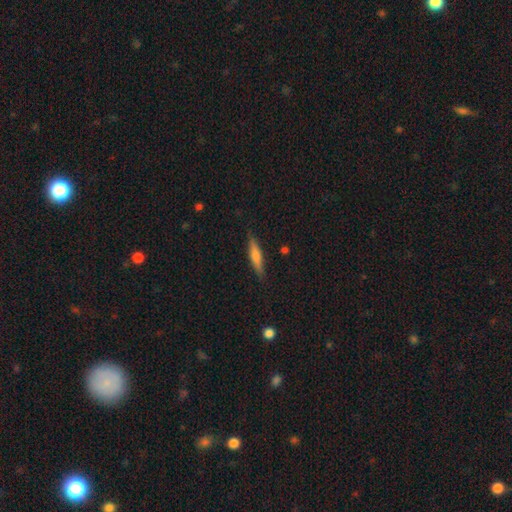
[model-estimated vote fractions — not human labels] Smooth or featured? smooth (52%)
How rounded? cigar-shaped (85%)
Merging? none (87%)